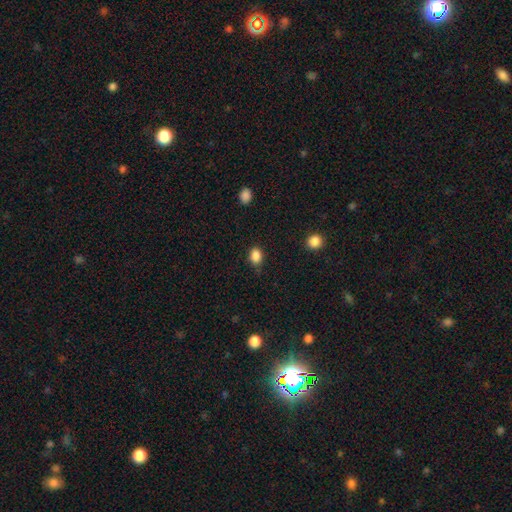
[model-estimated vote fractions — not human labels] Smooth or featured: smooth — 87% (star or artifact — 10%)
How rounded: in between — 61% (round — 38%)
Merging: none — 75% (minor disturbance — 20%)